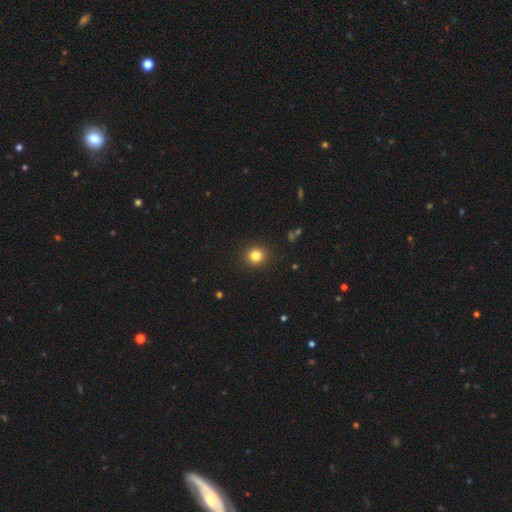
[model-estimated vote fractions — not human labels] A smooth galaxy with no disk features (82%) that is round (89%).

Vote fractions:
- Smooth or featured? smooth: 82% / star or artifact: 12% / featured or disk: 6%
- How rounded? round: 89% / in between: 10% / cigar-shaped: 1%
- Merging? none: 91% / minor disturbance: 6% / major disturbance: 2% / merger: 1%